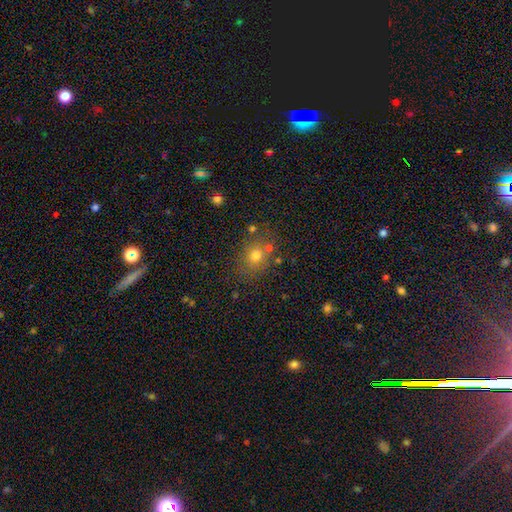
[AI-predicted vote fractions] This appears to be a smooth galaxy with no disk features (71%) that is round (58%). Merging: none (72%).